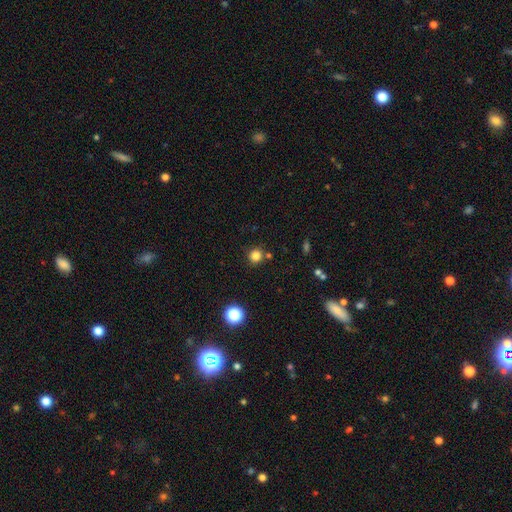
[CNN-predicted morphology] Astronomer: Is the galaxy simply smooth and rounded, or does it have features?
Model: smooth — 81%.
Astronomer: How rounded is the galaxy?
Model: round — 92%.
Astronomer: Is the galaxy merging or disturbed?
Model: none — 81%.